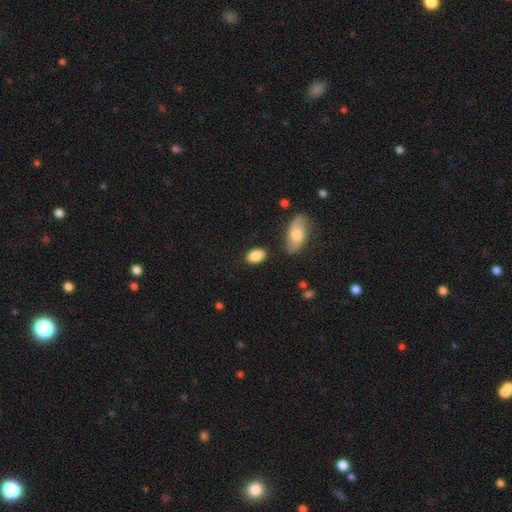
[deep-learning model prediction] This appears to be a smooth galaxy with no disk features (87%) that is in between round and cigar-shaped (91%). Merging: none (81%).